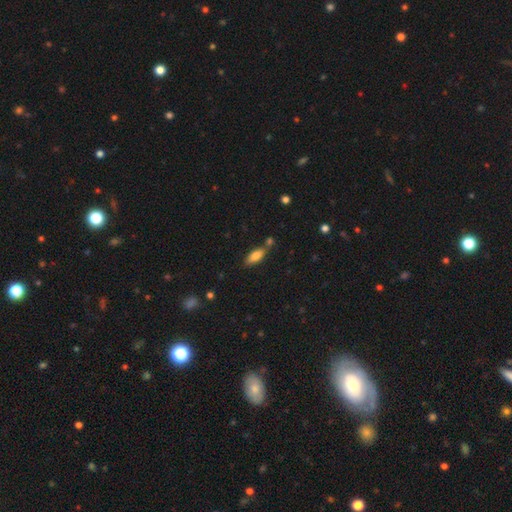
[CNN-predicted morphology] Smooth or featured?
  - smooth: 79% *
  - featured or disk: 14%
  - star or artifact: 7%
How rounded?
  - in between: 68% *
  - cigar-shaped: 30%
  - round: 2%
Merging?
  - none: 67% *
  - minor disturbance: 15%
  - merger: 13%
  - major disturbance: 4%